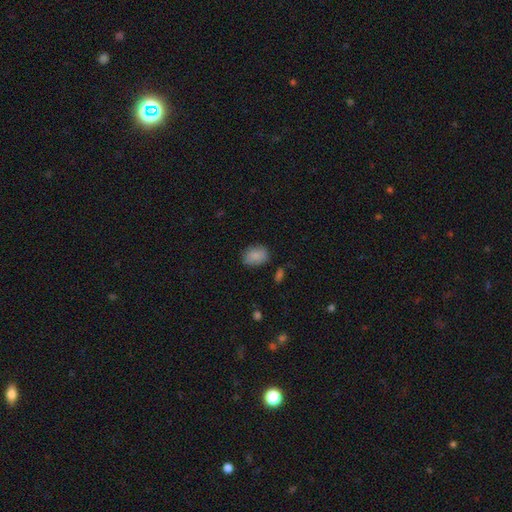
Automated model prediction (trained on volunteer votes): smooth_or_featured: smooth (p=0.87) [alt: star or artifact p=0.08]
how_rounded: in between (p=0.76) [alt: round p=0.22]
merging: none (p=0.75) [alt: minor disturbance p=0.18]